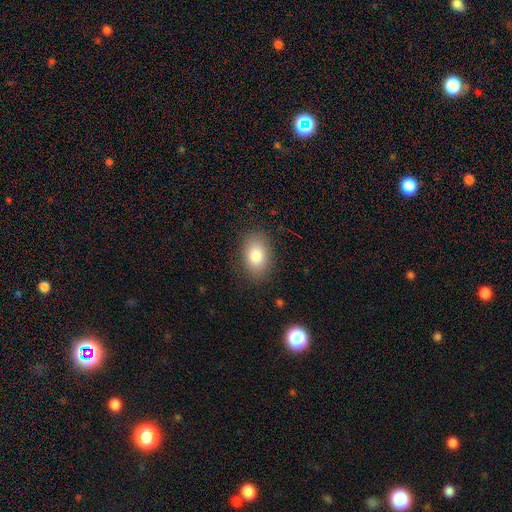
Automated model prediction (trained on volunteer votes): A smooth galaxy with no disk features (81%) that is in between round and cigar-shaped (84%).

Vote fractions:
- Smooth or featured? smooth: 81% / featured or disk: 11% / star or artifact: 9%
- How rounded? in between: 84% / round: 15% / cigar-shaped: 1%
- Merging? none: 85% / minor disturbance: 11% / major disturbance: 3% / merger: 1%